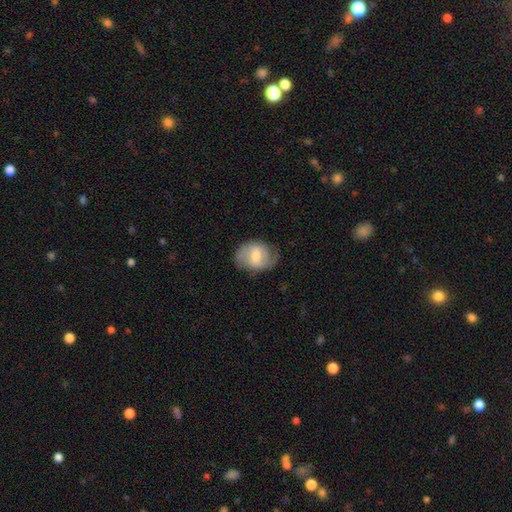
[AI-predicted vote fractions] Smooth or featured? Predicted: featured or disk (p=0.51). Edge-on disk? Predicted: no (p=0.95). Merging? Predicted: none (p=0.65).